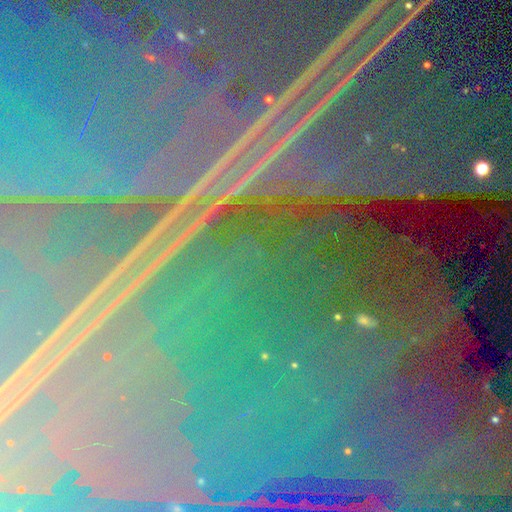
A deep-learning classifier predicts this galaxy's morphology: Q: Smooth or featured?
A: star or artifact (89%); runner-up: featured or disk (6%)